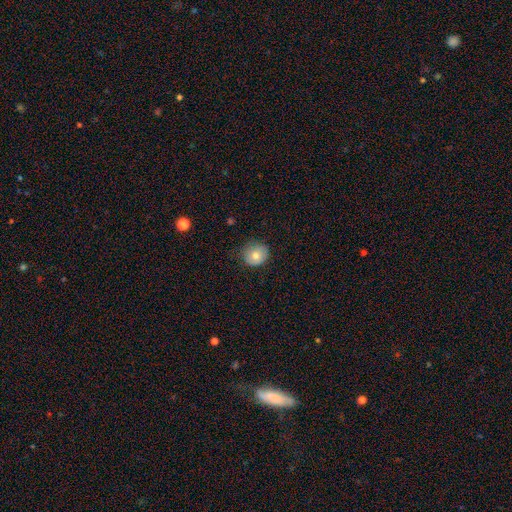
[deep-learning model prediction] smooth-or-featured: smooth: 73% | featured or disk: 18% | star or artifact: 9%
  how-rounded: round: 80% | in between: 19% | cigar-shaped: 1%
  merging: none: 71% | minor disturbance: 23% | major disturbance: 5% | merger: 1%